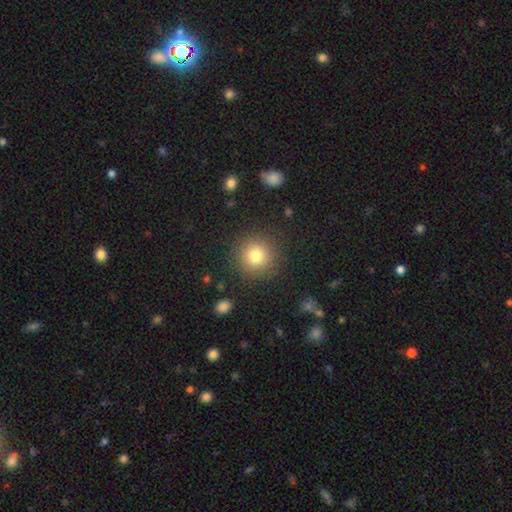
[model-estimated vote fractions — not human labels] Smooth or featured? smooth (80%)
How rounded? round (93%)
Merging? none (88%)